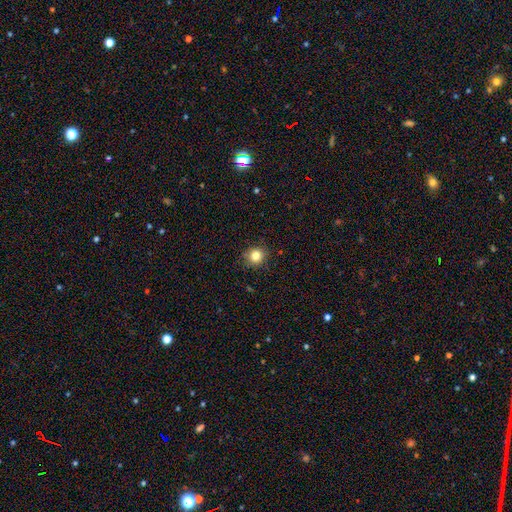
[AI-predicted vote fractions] A smooth galaxy with no disk features (82%) that is round (87%). Merging: none (86%).